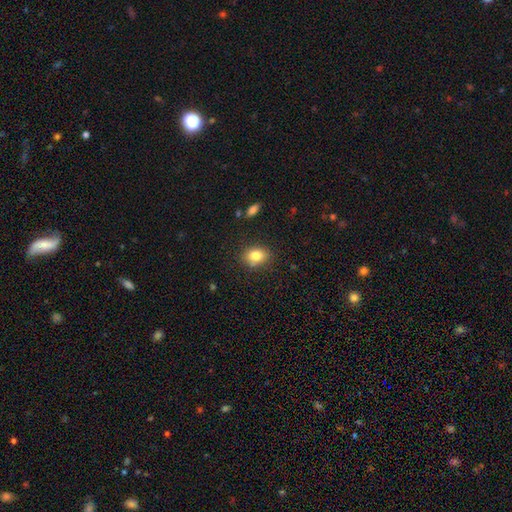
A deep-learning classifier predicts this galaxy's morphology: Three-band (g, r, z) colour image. It shows a smooth galaxy with no disk features (82%) that is in between round and cigar-shaped (64%). Merging: none (79%).